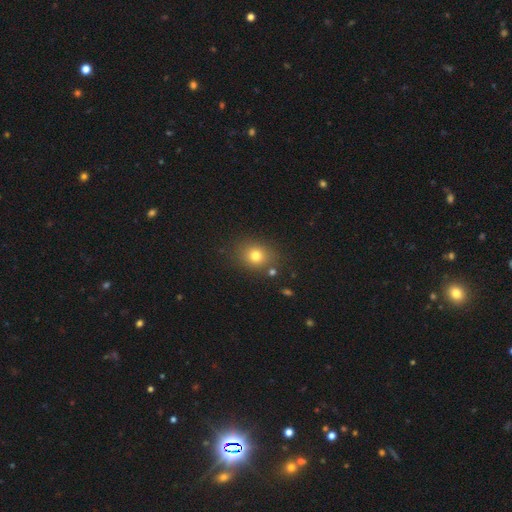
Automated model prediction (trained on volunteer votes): Smooth or featured? Predicted: smooth (p=0.76). How rounded? Predicted: round (p=0.63). Merging? Predicted: none (p=0.81).